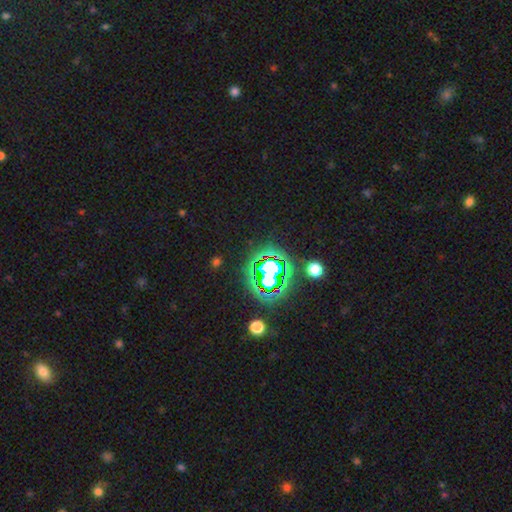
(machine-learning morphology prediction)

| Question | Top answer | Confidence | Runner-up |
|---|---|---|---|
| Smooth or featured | star or artifact | 82% | smooth (11%) |